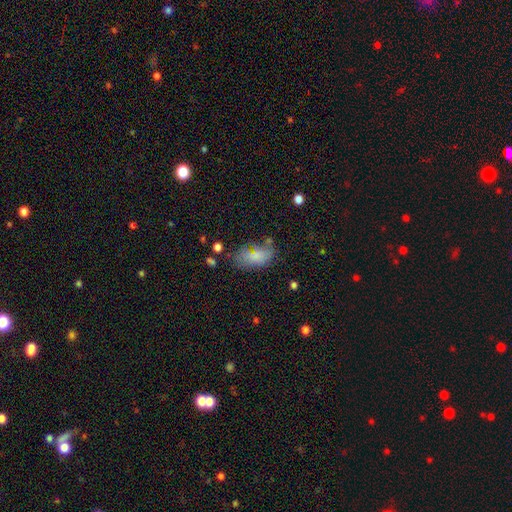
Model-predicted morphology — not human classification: smooth-or-featured: smooth: 77% | featured or disk: 13% | star or artifact: 11%
  how-rounded: in between: 91% | round: 5% | cigar-shaped: 4%
  merging: none: 54% | minor disturbance: 25% | major disturbance: 12% | merger: 8%